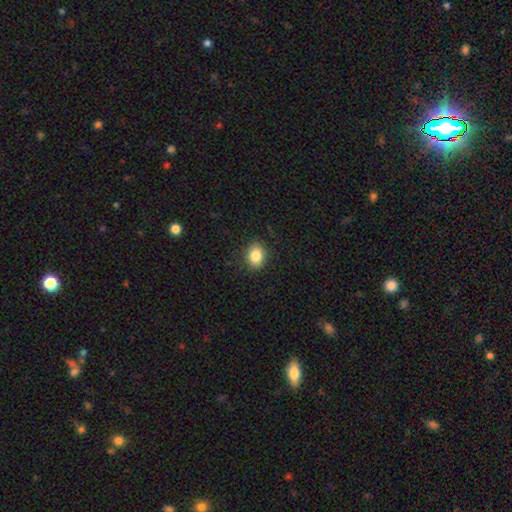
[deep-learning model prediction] A smooth galaxy with no disk features (84%) that is in between round and cigar-shaped (52%).

Vote fractions:
- Smooth or featured? smooth: 84% / star or artifact: 10% / featured or disk: 6%
- How rounded? in between: 52% / round: 47% / cigar-shaped: 1%
- Merging? none: 88% / minor disturbance: 8% / major disturbance: 2% / merger: 1%